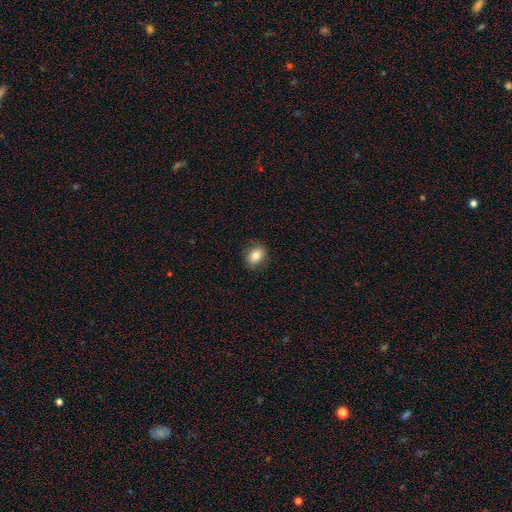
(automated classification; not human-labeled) A smooth galaxy with no disk features (80%) that is in between round and cigar-shaped (55%). Merging: none (86%).